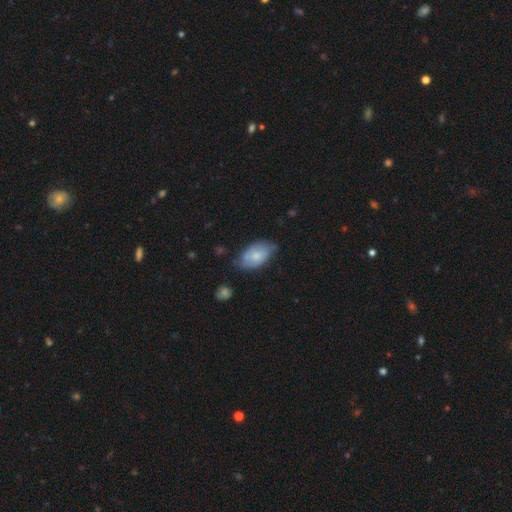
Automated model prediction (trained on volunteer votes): This is likely a smooth galaxy (64%). How rounded: clearly in between (92%). Merging: possibly none (58%).